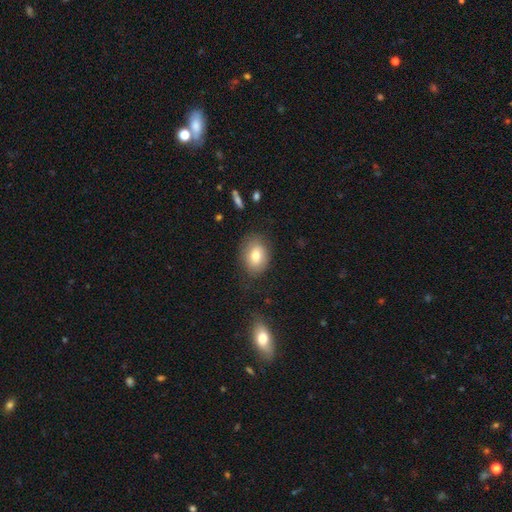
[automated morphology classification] This appears to be a smooth galaxy with no disk features (74%) that is in between round and cigar-shaped (68%). Merging: none (75%).